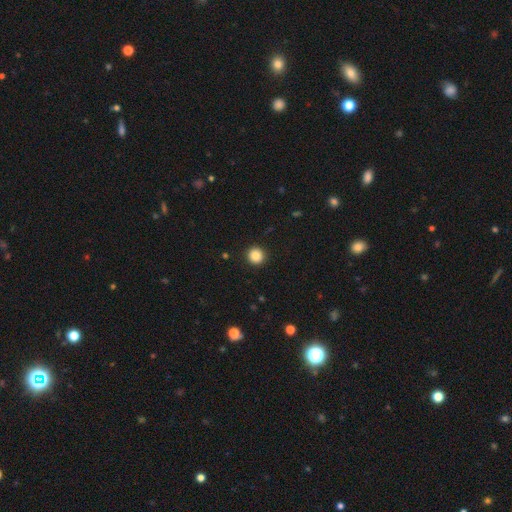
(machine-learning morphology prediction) A smooth galaxy with no disk features (86%) that is round (94%). Merging: none (93%).